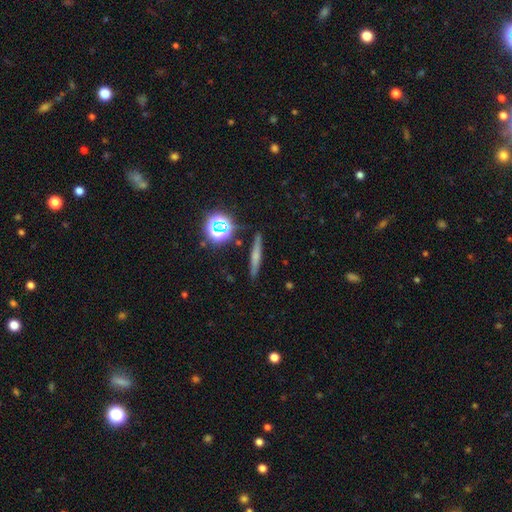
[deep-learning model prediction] Smooth or featured: smooth — 48% (featured or disk — 35%)
Merging: none — 87% (minor disturbance — 8%)